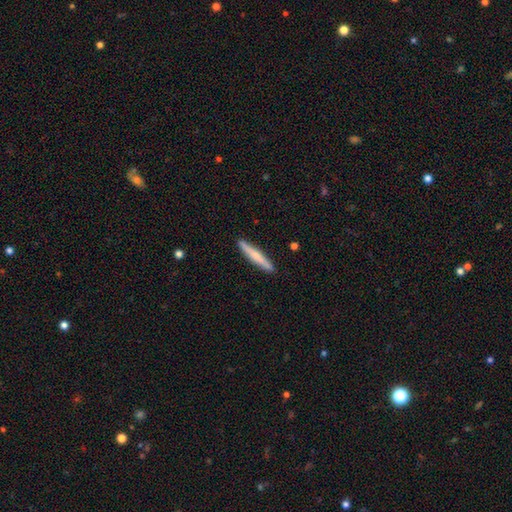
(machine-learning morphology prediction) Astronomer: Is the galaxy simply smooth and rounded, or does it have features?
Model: smooth — 59% (runner-up: featured or disk, 36%).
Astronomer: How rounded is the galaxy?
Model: cigar-shaped — 94%.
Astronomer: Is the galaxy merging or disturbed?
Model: none — 91%.